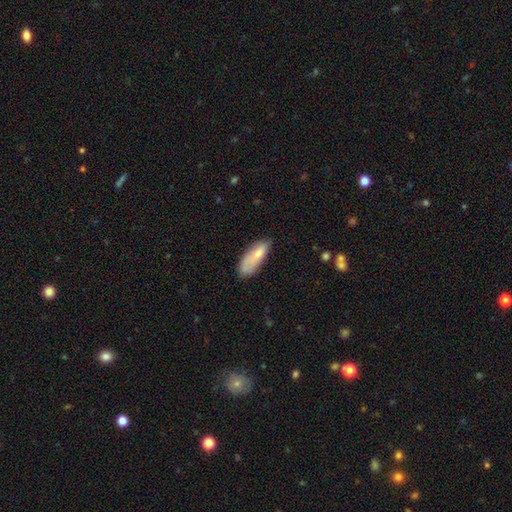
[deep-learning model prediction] Q: Smooth or featured?
A: smooth (78%); runner-up: featured or disk (15%)
Q: How rounded?
A: in between (65%); runner-up: cigar-shaped (34%)
Q: Merging?
A: none (52%); runner-up: minor disturbance (32%)